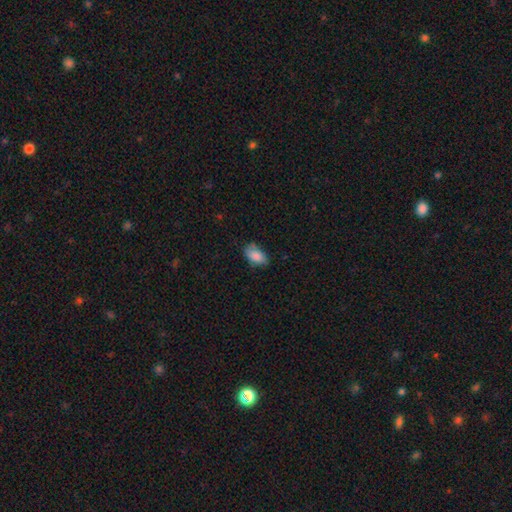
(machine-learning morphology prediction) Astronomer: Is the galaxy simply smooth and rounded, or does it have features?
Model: smooth — 85%.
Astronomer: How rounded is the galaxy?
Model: in between — 92%.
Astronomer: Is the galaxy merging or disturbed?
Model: none — 68%.